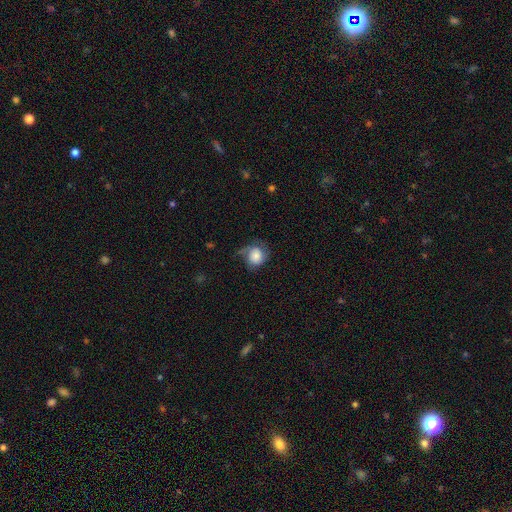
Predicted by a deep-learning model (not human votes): This appears to be a smooth galaxy with no disk features (62%) that is round (69%). Merging: none (43%).